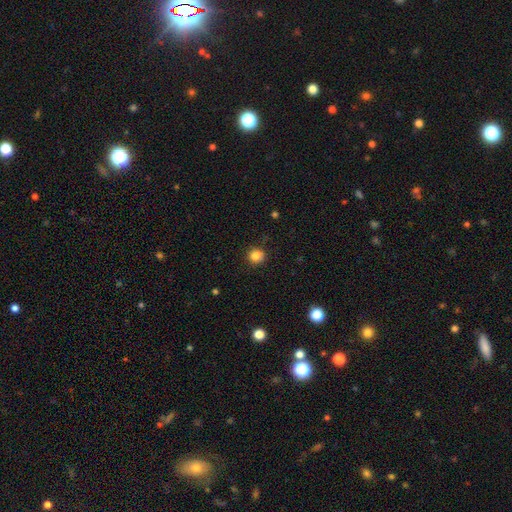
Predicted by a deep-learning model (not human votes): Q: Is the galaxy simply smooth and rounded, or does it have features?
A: smooth — 84%.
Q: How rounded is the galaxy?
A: round — 82%.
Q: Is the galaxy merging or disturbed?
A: none — 82%.